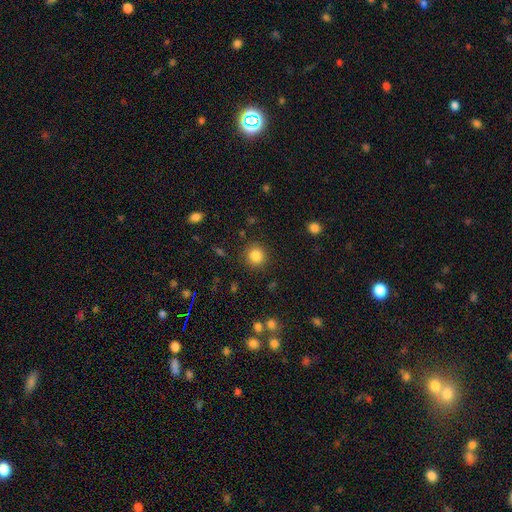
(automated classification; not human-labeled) smooth 84%, star or artifact 11%, featured or disk 5%. Down the decision tree: how rounded — round (92%); merging — none (89%).